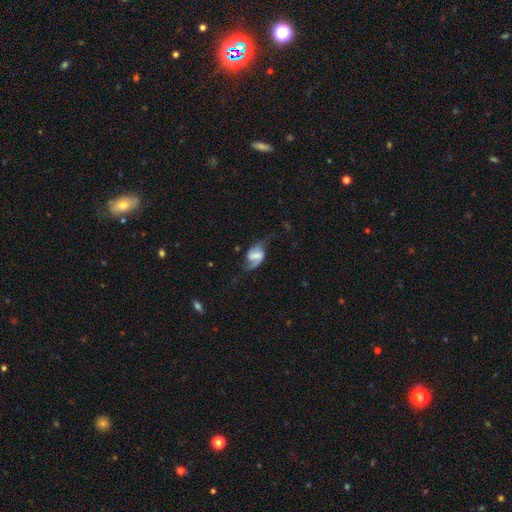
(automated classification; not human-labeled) A featured or disk galaxy (73%) with a weak bar (44%), 2 (83%) loose (56%) spiral arms (91%) and no central bulge (32%). Merging: none (54%).